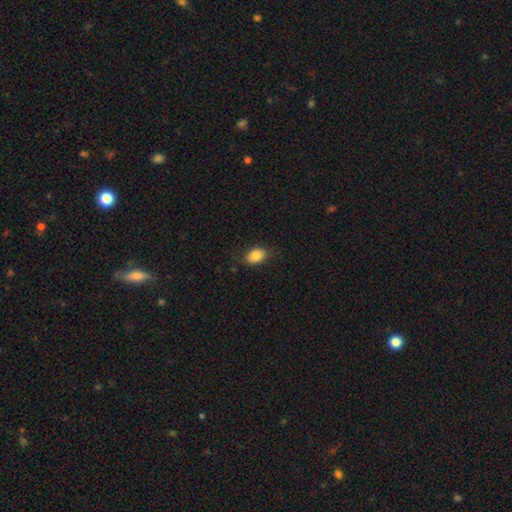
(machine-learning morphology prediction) Smooth or featured?
  - smooth: 85% *
  - star or artifact: 8%
  - featured or disk: 6%
How rounded?
  - in between: 77% *
  - round: 21%
  - cigar-shaped: 1%
Merging?
  - none: 81% *
  - minor disturbance: 15%
  - major disturbance: 3%
  - merger: 1%